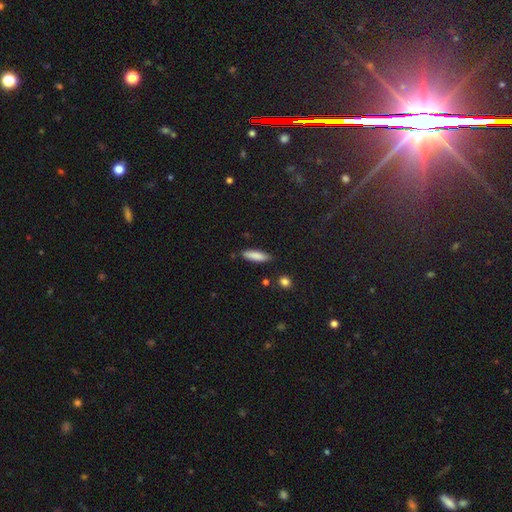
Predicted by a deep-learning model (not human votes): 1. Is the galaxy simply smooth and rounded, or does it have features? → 84% smooth, 9% featured or disk, 6% star or artifact.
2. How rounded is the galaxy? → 68% cigar-shaped, 31% in between, 2% round.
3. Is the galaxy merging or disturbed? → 83% none, 12% minor disturbance, 2% major disturbance, 2% merger.